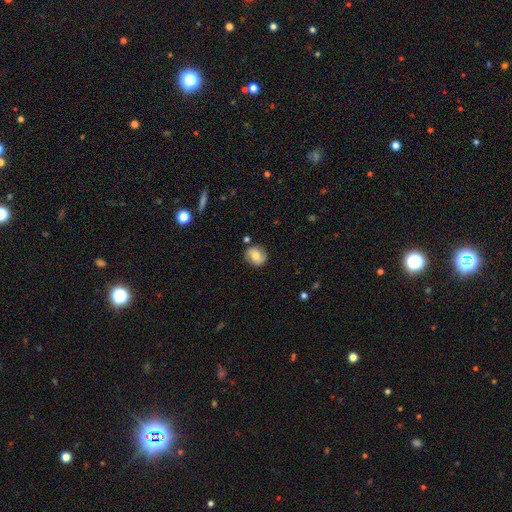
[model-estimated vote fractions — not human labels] Smooth or featured? Predicted: smooth (p=0.53). How rounded? Predicted: round (p=0.67). Merging? Predicted: none (p=0.79).